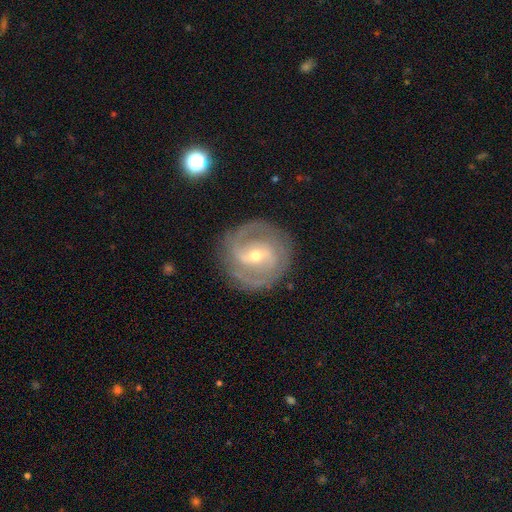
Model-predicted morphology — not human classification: The model was most divided on "spiral winding": tight: 44%, medium: 43%, loose: 13%. Remaining: edge-on disk — no (97%); spiral arms — yes (93%); smooth or featured — featured or disk (84%); merging — none (82%); spiral arm count — 2 (71%); bulge size — small (49%); bar — weak (47%).